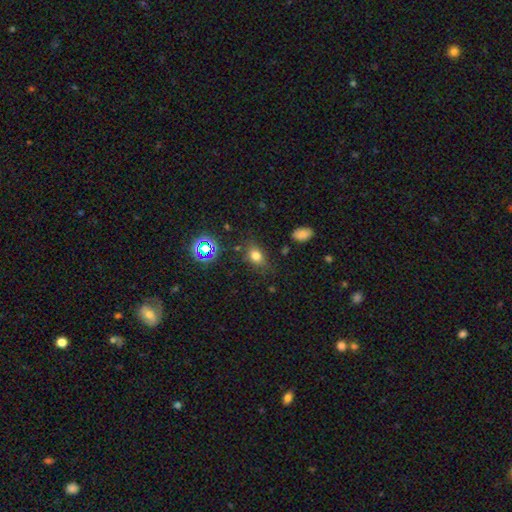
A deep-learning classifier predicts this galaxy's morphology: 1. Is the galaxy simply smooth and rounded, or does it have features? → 72% smooth, 18% star or artifact, 10% featured or disk.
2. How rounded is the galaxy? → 69% in between, 28% round, 2% cigar-shaped.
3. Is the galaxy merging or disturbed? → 73% none, 17% minor disturbance, 6% major disturbance, 4% merger.